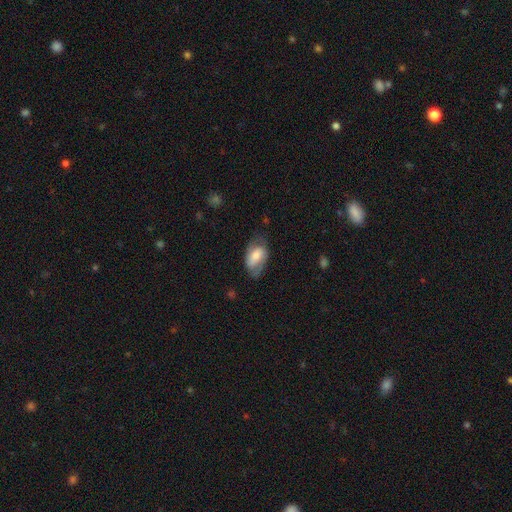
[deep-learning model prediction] smooth_or_featured: smooth (p=0.47) [alt: featured or disk p=0.46]
merging: none (p=0.63) [alt: minor disturbance p=0.24]